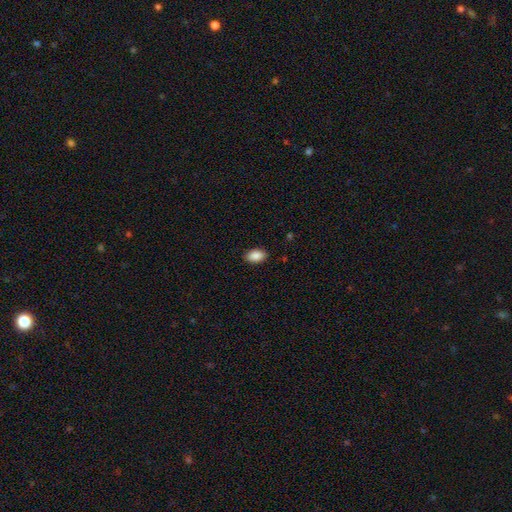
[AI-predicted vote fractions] smooth 89%, star or artifact 7%, featured or disk 4%. Down the decision tree: how rounded — in between (92%); merging — none (89%).